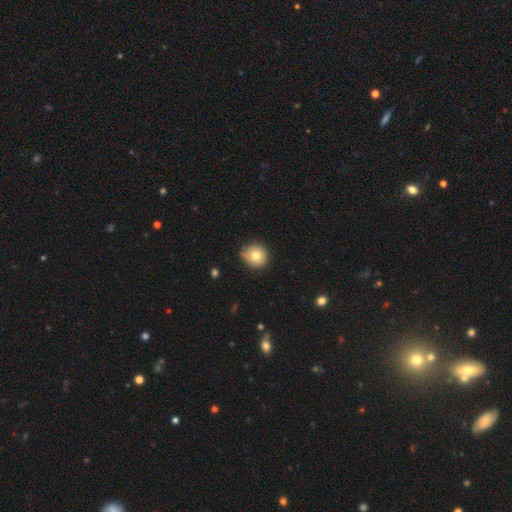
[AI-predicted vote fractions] Overall: smooth (79%). How rounded: round (86%). Merging: none (70%).